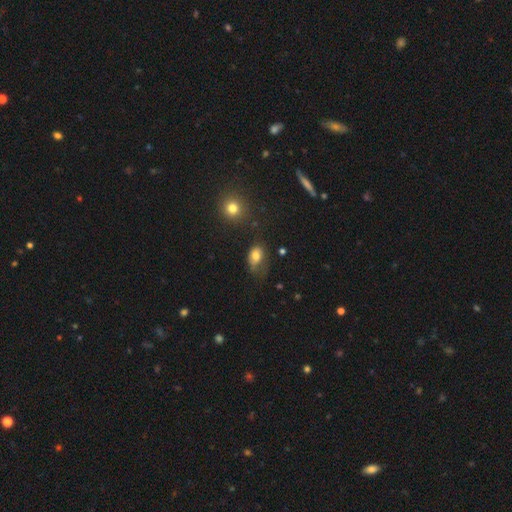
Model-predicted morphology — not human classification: This appears to be a smooth galaxy with no disk features (74%) that is in between round and cigar-shaped (80%). Merging: minor disturbance (34%, tied with none).